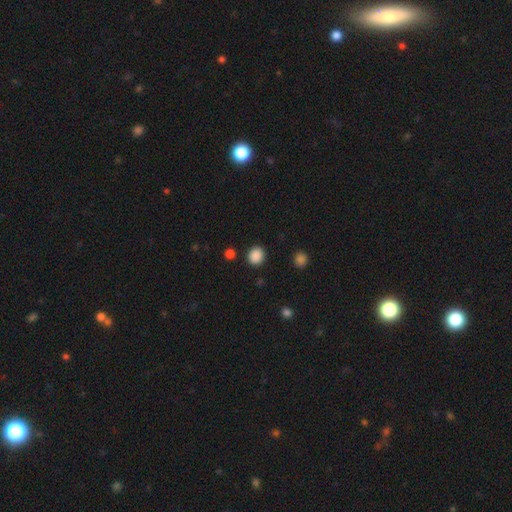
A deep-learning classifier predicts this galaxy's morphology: This is clearly a smooth galaxy (88%). How rounded: clearly round (80%). Merging: clearly none (89%).